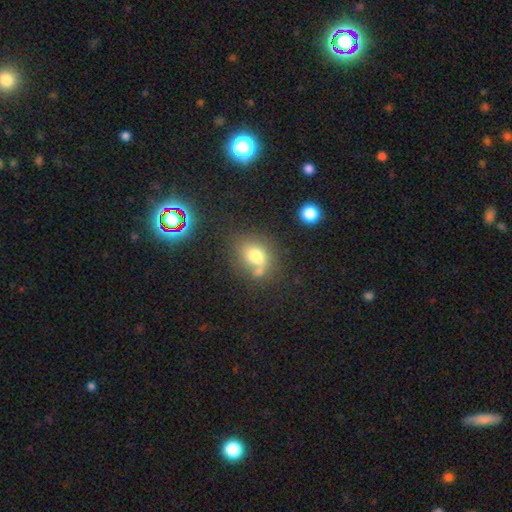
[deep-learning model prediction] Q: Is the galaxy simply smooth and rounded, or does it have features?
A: smooth — 71%.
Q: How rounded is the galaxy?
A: in between — 50%.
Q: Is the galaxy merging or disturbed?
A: none — 42%.